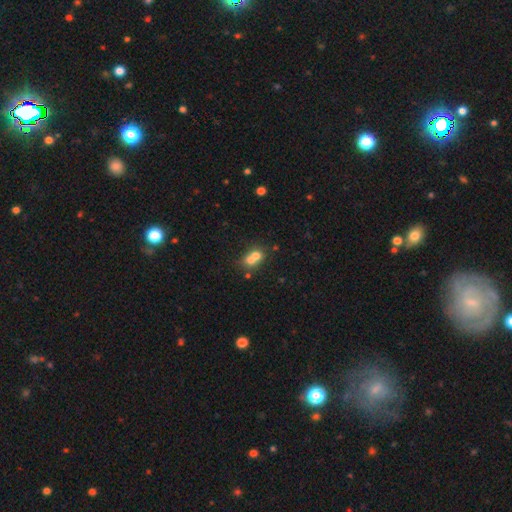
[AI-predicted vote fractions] A smooth galaxy with no disk features (66%) that is round (59%). Merging: merger (67%).